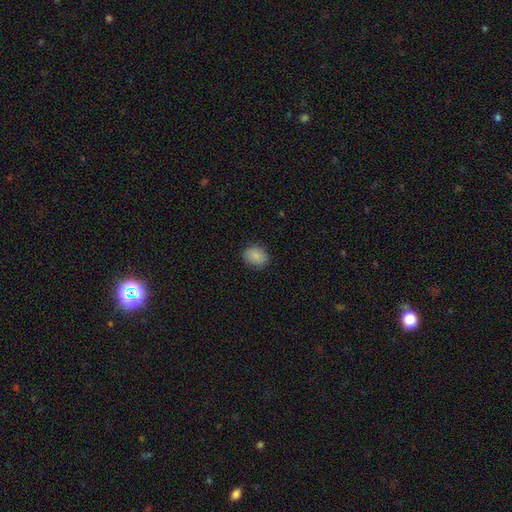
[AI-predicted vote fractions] Smooth or featured? Predicted: smooth (p=0.88). How rounded? Predicted: round (p=0.53). Merging? Predicted: none (p=0.86).